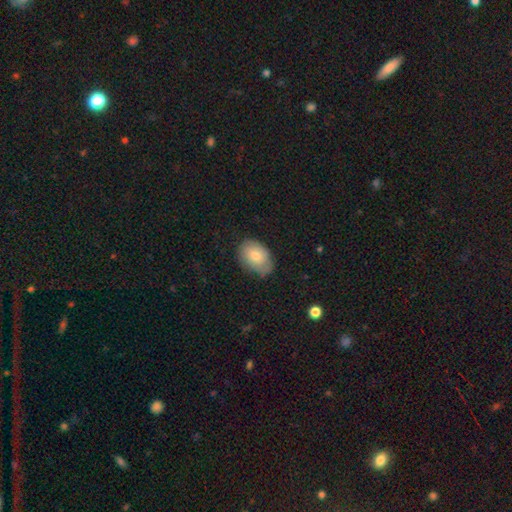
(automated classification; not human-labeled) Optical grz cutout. It shows a smooth galaxy with no disk features (68%) that is in between round and cigar-shaped (83%). Merging: none (68%).